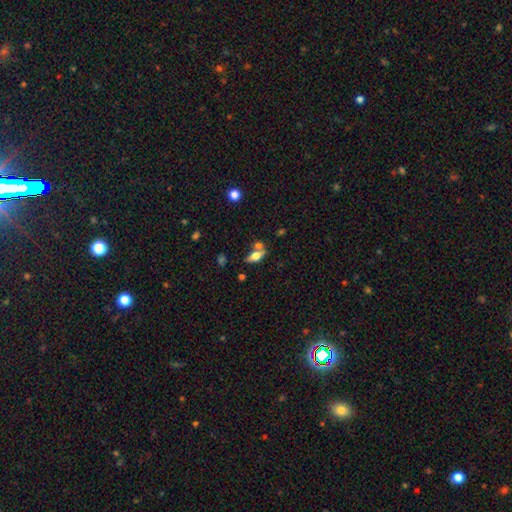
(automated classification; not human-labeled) smooth_or_featured: smooth (p=0.53) [alt: featured or disk p=0.38]
how_rounded: in between (p=0.70) [alt: cigar-shaped p=0.25]
merging: none (p=0.53) [alt: merger p=0.28]